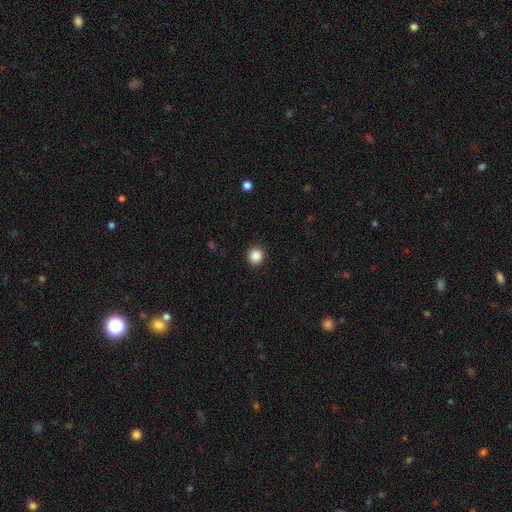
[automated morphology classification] This appears to be a smooth galaxy with no disk features (88%) that is round (94%). Merging: none (93%).